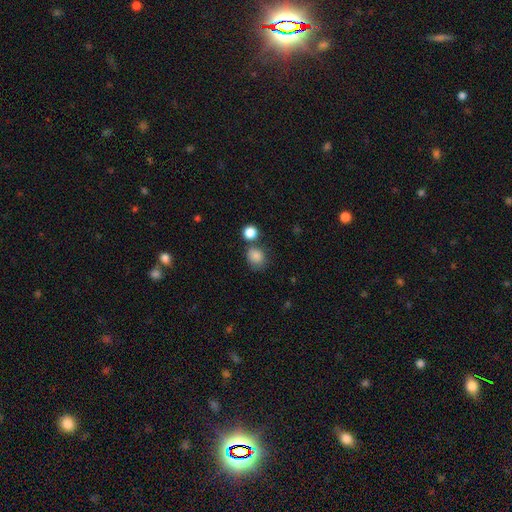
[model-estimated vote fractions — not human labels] A smooth galaxy with no disk features (85%) that is round (70%).

Vote fractions:
- Smooth or featured? smooth: 85% / star or artifact: 10% / featured or disk: 5%
- How rounded? round: 70% / in between: 29% / cigar-shaped: 1%
- Merging? none: 61% / minor disturbance: 17% / merger: 16% / major disturbance: 6%